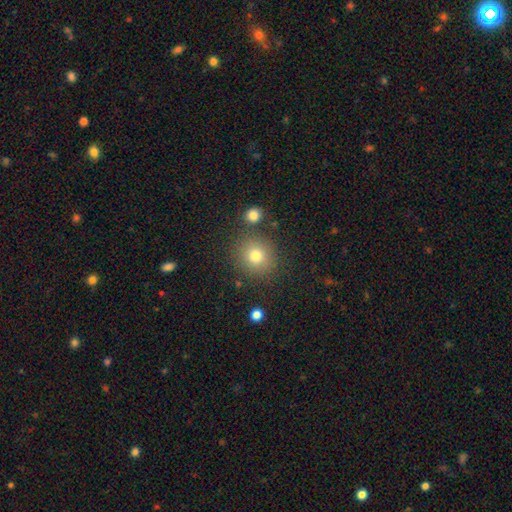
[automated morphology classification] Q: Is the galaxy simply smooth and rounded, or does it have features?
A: smooth — 78%.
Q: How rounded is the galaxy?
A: round — 87%.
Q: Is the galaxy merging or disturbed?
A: none — 83%.